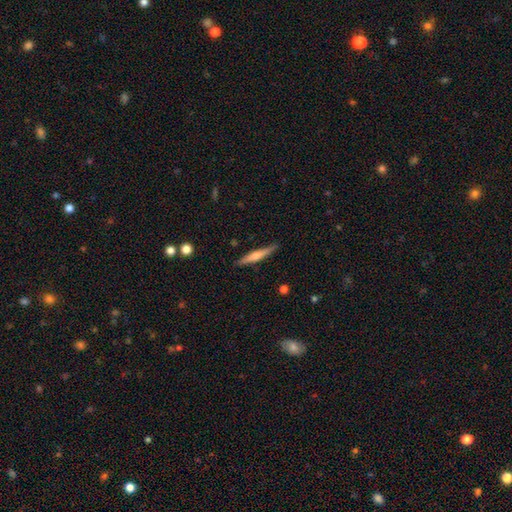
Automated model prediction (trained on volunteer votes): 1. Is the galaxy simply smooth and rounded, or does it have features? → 50% featured or disk, 44% smooth, 6% star or artifact.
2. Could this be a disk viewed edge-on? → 97% yes, 3% no.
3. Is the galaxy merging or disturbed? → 88% none, 9% minor disturbance, 2% major disturbance, 1% merger.